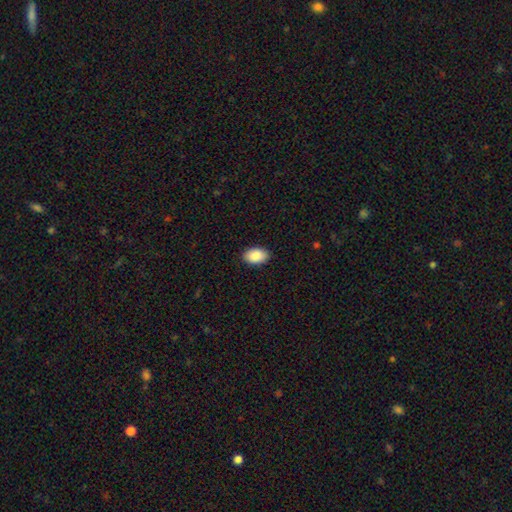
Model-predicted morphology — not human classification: Smooth or featured?
  - smooth: 90% *
  - star or artifact: 6%
  - featured or disk: 4%
How rounded?
  - in between: 91% *
  - round: 8%
  - cigar-shaped: 1%
Merging?
  - none: 89% *
  - minor disturbance: 8%
  - major disturbance: 2%
  - merger: 1%